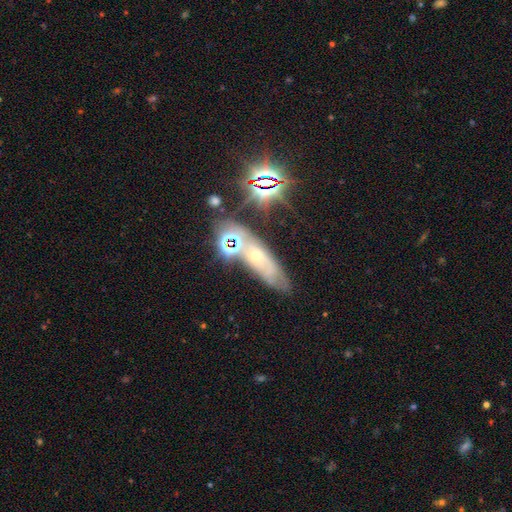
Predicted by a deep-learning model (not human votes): Morphology: type=featured or disk (45%); merging=none (63%).